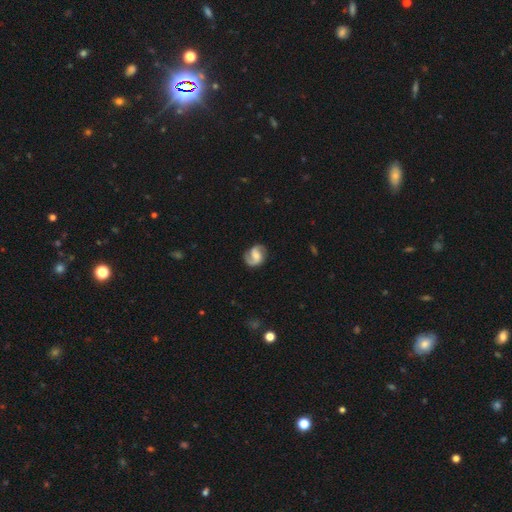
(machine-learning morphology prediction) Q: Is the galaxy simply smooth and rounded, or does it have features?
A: featured or disk — 84%.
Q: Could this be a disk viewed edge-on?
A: no — 98%.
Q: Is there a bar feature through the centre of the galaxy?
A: weak — 49%.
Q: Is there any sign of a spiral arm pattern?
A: yes — 97%.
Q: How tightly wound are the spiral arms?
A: medium — 52%.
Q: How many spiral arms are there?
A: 2 — 90%.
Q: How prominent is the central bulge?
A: moderate — 46%.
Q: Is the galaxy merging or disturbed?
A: none — 81%.